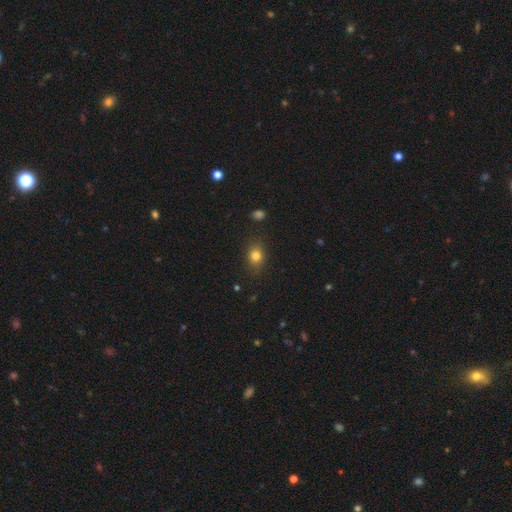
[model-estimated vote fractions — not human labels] Smooth or featured?
  - smooth: 81% *
  - star or artifact: 12%
  - featured or disk: 8%
How rounded?
  - in between: 51% *
  - round: 48%
  - cigar-shaped: 1%
Merging?
  - none: 82% *
  - minor disturbance: 13%
  - major disturbance: 3%
  - merger: 1%